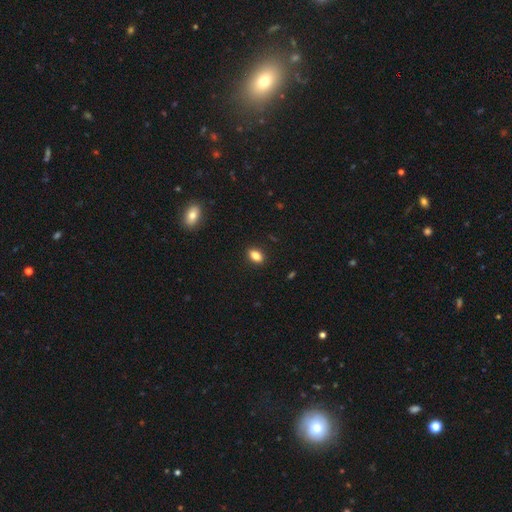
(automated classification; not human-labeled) This appears to be a smooth galaxy with no disk features (84%) that is in between round and cigar-shaped (85%). Merging: none (89%).